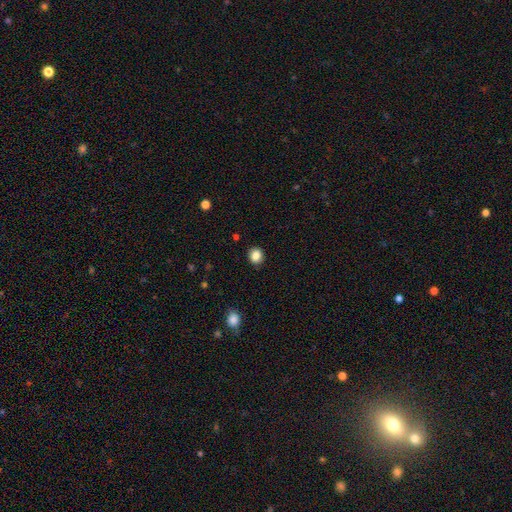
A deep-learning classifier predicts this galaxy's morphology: type=smooth (86%); roundness=round (75%); merging=none (90%).